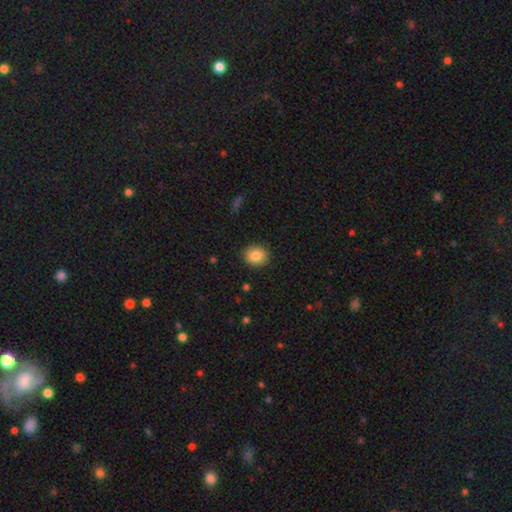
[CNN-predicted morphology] type=smooth (84%); roundness=round (69%); merging=none (89%).